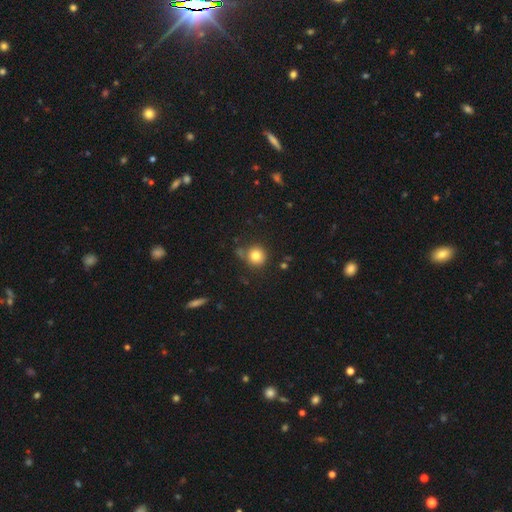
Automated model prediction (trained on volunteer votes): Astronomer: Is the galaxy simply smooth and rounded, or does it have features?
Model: smooth — 81%.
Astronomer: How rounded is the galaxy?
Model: round — 92%.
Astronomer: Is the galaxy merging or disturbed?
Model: none — 74%.